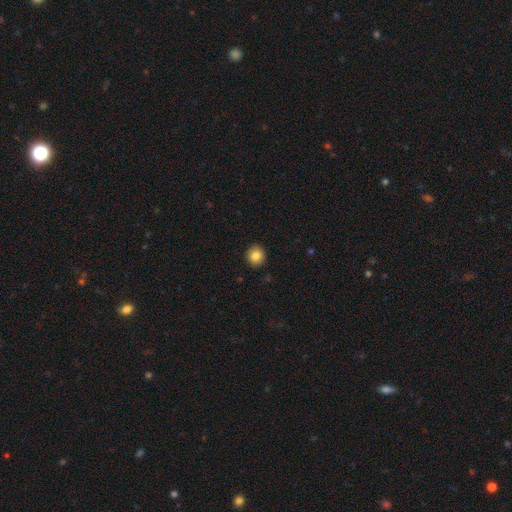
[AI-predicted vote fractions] This appears to be a smooth galaxy with no disk features (86%) that is round (92%). Merging: none (92%).